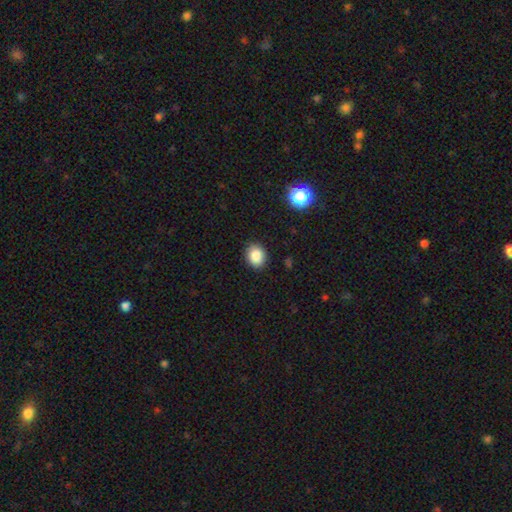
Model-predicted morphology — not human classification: Smooth or featured? smooth (86%)
How rounded? round (51%)
Merging? none (88%)